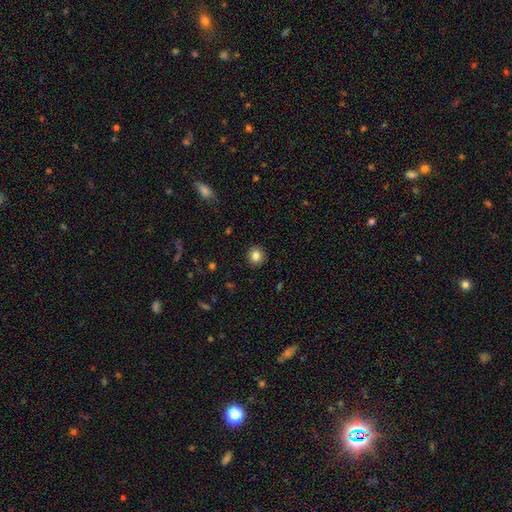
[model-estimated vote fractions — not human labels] Smooth or featured?
  - smooth: 83% *
  - star or artifact: 10%
  - featured or disk: 6%
How rounded?
  - round: 90% *
  - in between: 9%
  - cigar-shaped: 1%
Merging?
  - none: 91% *
  - minor disturbance: 6%
  - major disturbance: 2%
  - merger: 1%